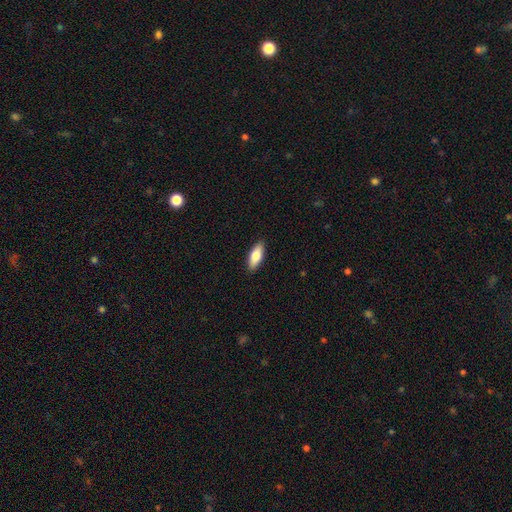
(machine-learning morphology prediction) Q: Smooth or featured?
A: smooth (76%); runner-up: featured or disk (18%)
Q: How rounded?
A: in between (73%); runner-up: cigar-shaped (25%)
Q: Merging?
A: none (89%); runner-up: minor disturbance (8%)